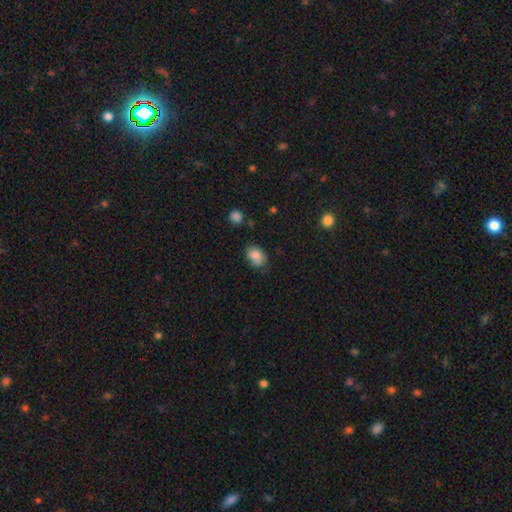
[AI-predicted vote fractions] This is clearly a smooth galaxy (83%). How rounded: likely in between (75%). Merging: likely none (60%).